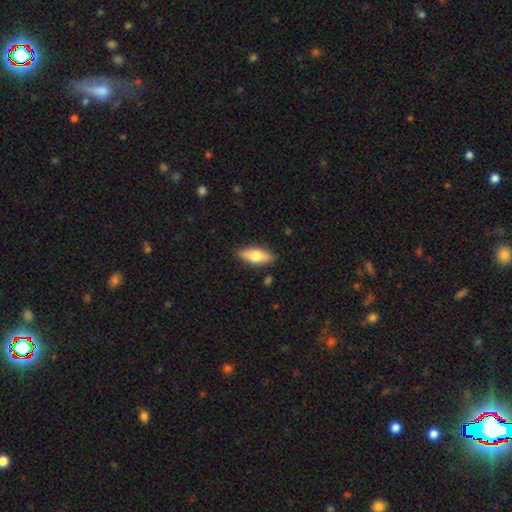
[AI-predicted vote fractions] This is likely a smooth galaxy (71%). How rounded: likely in between (75%). Merging: clearly none (86%).